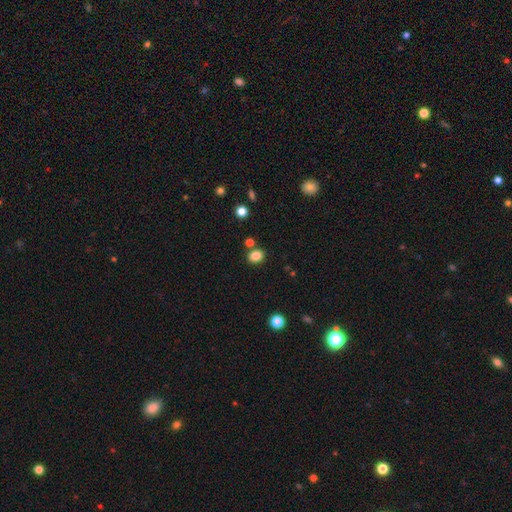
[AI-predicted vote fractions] Smooth or featured? smooth (84%)
How rounded? in between (62%)
Merging? none (77%)